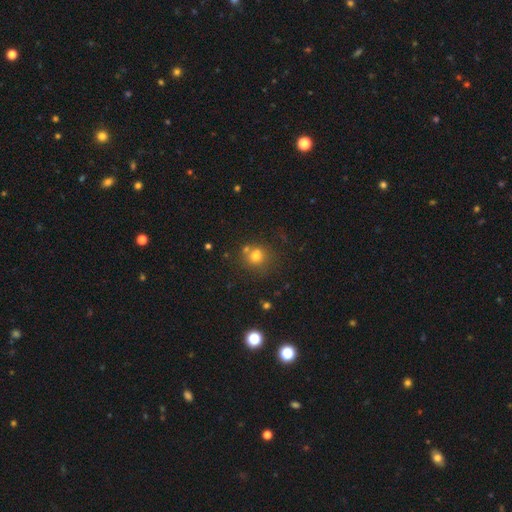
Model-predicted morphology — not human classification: A smooth galaxy with no disk features (74%) that is round (81%). Merging: none (61%).